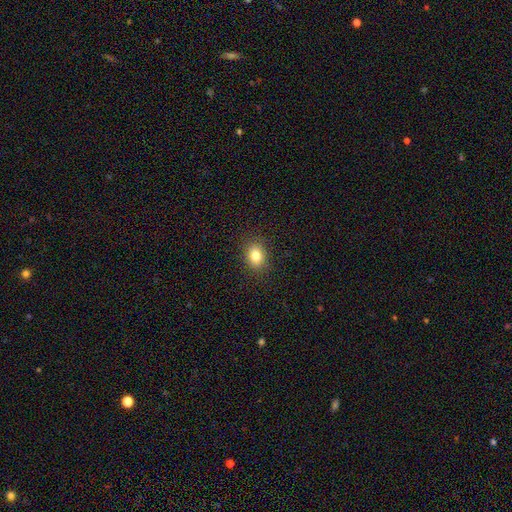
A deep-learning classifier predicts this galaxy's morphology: This appears to be a smooth galaxy with no disk features (82%) that is in between round and cigar-shaped (60%). Merging: none (88%).